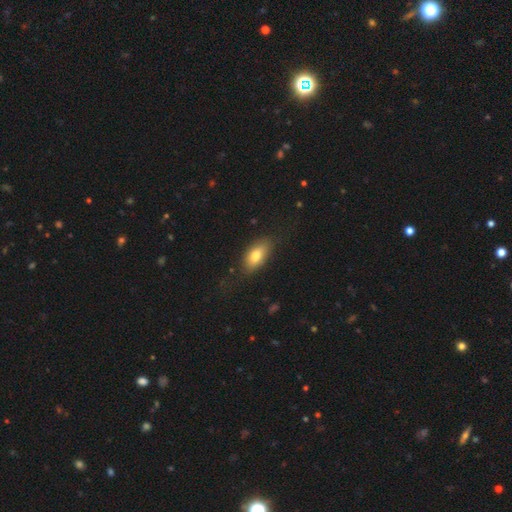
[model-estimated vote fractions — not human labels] Morphology: type=smooth (77%); roundness=in between (88%); merging=none (76%).